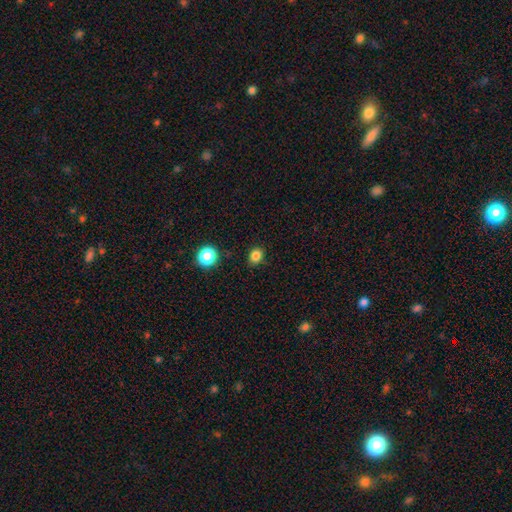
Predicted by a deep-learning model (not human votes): smooth-or-featured: smooth: 83% | star or artifact: 13% | featured or disk: 4%
  how-rounded: round: 56% | in between: 43% | cigar-shaped: 1%
  merging: none: 86% | minor disturbance: 10% | major disturbance: 3% | merger: 2%